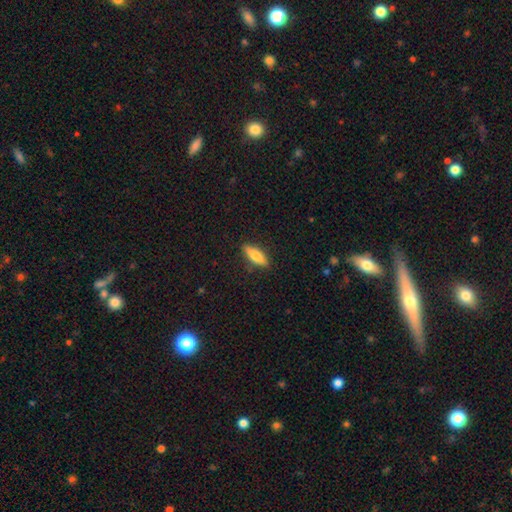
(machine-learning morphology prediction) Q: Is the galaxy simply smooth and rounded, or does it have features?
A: smooth — 72%.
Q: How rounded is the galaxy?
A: cigar-shaped — 54%.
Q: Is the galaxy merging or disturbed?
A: none — 87%.